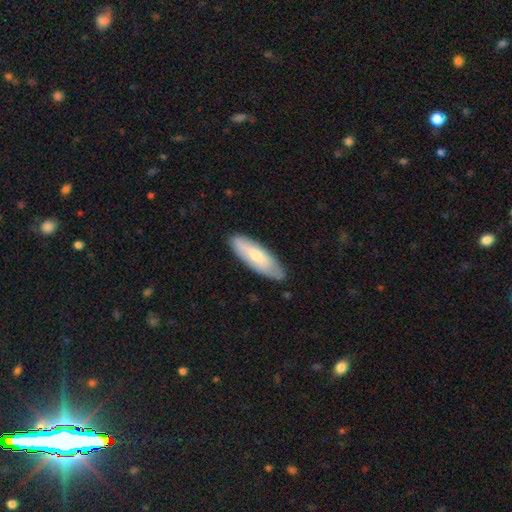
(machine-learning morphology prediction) Q: Smooth or featured?
A: smooth (65%); runner-up: featured or disk (29%)
Q: How rounded?
A: in between (53%); runner-up: cigar-shaped (45%)
Q: Merging?
A: none (81%); runner-up: minor disturbance (16%)